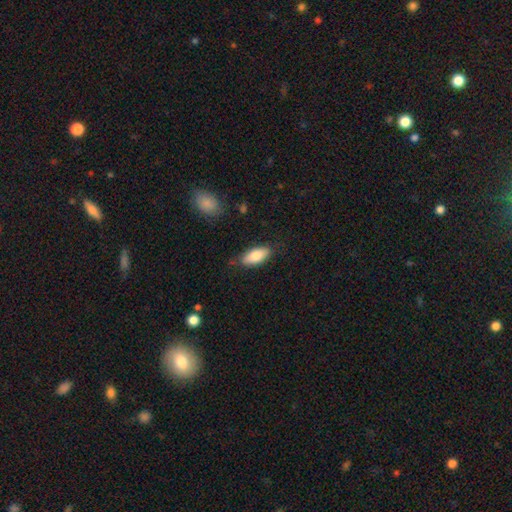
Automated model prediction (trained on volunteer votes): Overall: smooth (82%). How rounded: in between (84%). Merging: none (78%).